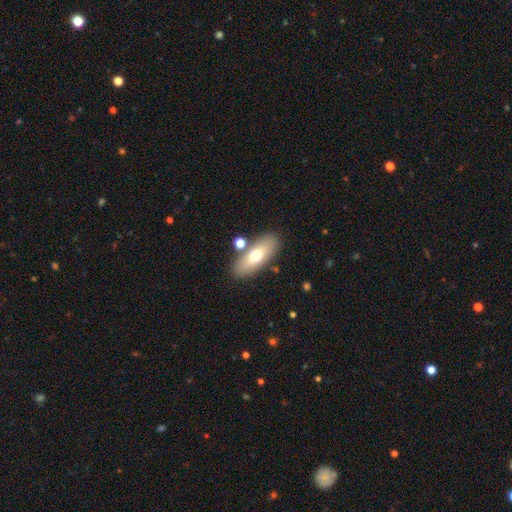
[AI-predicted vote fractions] A smooth galaxy with no disk features (66%) that is in between round and cigar-shaped (72%). Merging: none (80%).